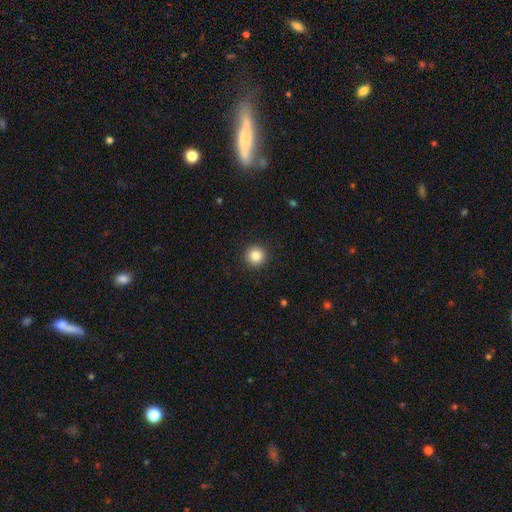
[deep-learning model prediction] Smooth or featured? Predicted: smooth (p=0.85). How rounded? Predicted: round (p=0.96). Merging? Predicted: none (p=0.93).